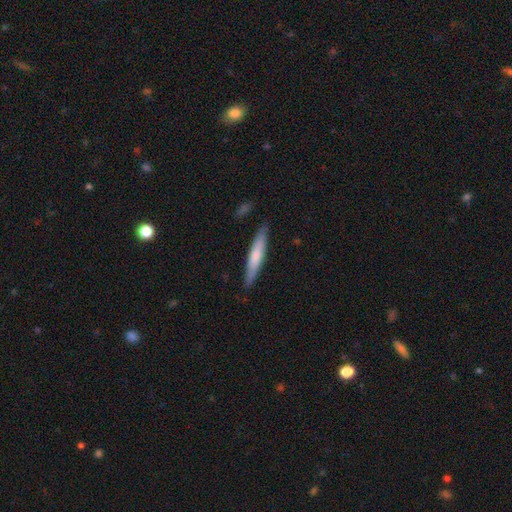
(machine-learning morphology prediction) type=smooth (64%); roundness=cigar-shaped (92%); merging=none (87%).